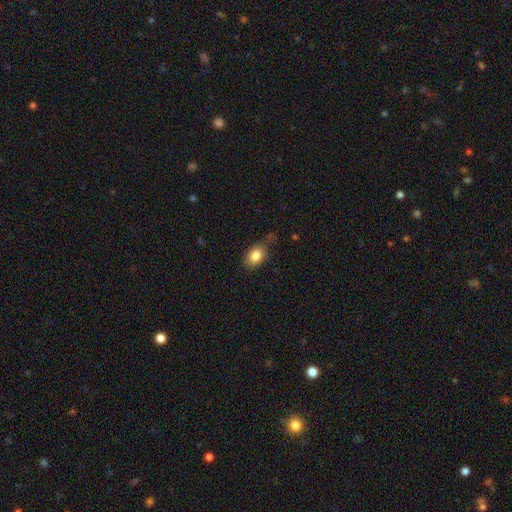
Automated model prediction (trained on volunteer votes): smooth_or_featured: smooth (p=0.83) [alt: featured or disk p=0.09]
how_rounded: in between (p=0.82) [alt: round p=0.17]
merging: none (p=0.69) [alt: minor disturbance p=0.23]